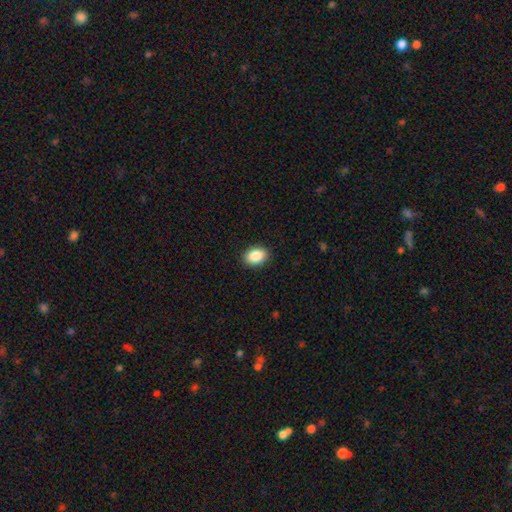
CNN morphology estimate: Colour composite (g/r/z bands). It shows a smooth galaxy with no disk features (87%) that is in between round and cigar-shaped (75%). Merging: none (90%).